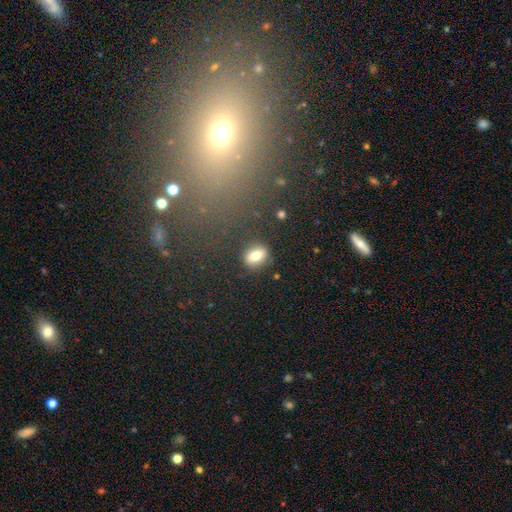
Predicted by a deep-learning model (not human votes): smooth_or_featured: smooth (p=0.74) [alt: featured or disk p=0.15]
how_rounded: in between (p=0.67) [alt: round p=0.29]
merging: none (p=0.82) [alt: minor disturbance p=0.11]